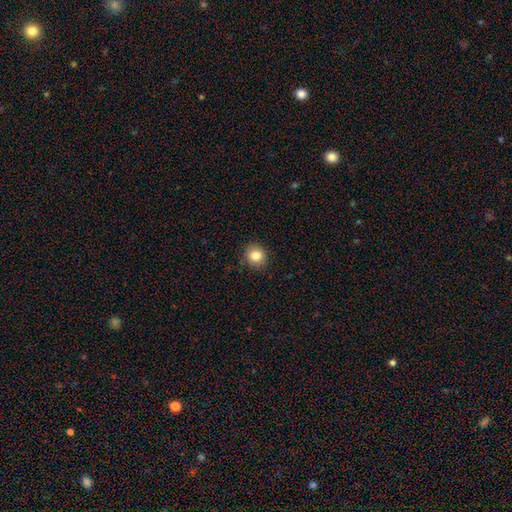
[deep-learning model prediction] This appears to be a smooth galaxy with no disk features (83%) that is round (83%). Merging: none (89%).